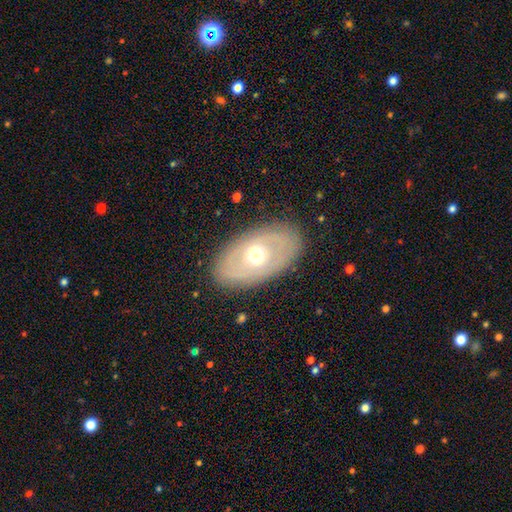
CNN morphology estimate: Smooth or featured? featured or disk (56%)
Edge-on disk? no (88%)
Merging? none (84%)